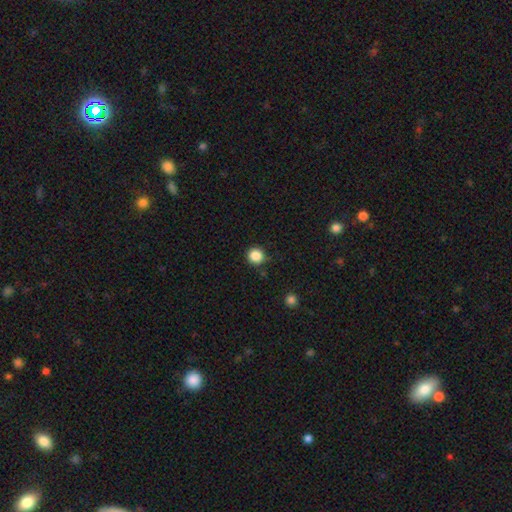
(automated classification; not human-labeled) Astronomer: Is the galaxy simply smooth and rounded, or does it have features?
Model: smooth — 86%.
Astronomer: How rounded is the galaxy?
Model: round — 94%.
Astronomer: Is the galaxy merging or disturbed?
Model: none — 87%.